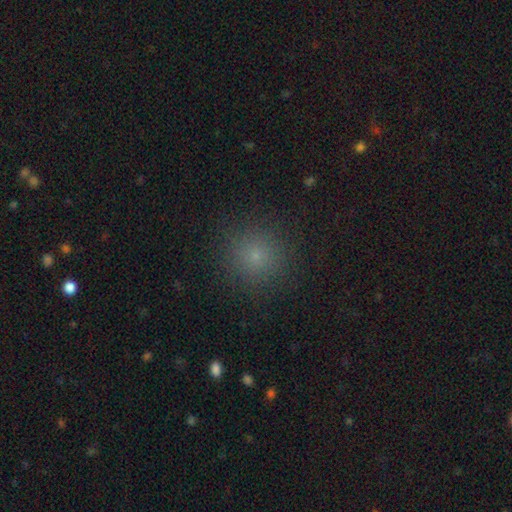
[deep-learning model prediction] A smooth galaxy with no disk features (74%) that is round (93%). Merging: none (89%).